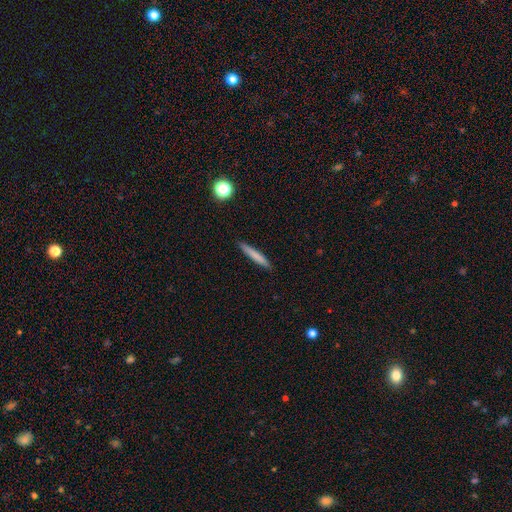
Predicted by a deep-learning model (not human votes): This appears to be a smooth galaxy with no disk features (75%) that is cigar-shaped (95%). Merging: none (90%).